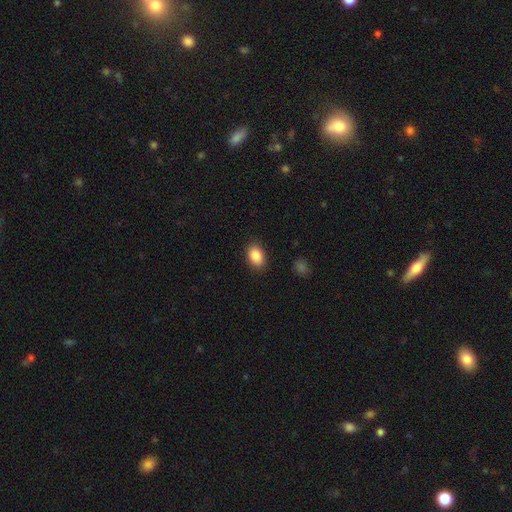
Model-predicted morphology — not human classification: Smooth or featured?
  - smooth: 88% *
  - star or artifact: 8%
  - featured or disk: 4%
How rounded?
  - in between: 86% *
  - round: 12%
  - cigar-shaped: 1%
Merging?
  - none: 88% *
  - minor disturbance: 9%
  - major disturbance: 2%
  - merger: 1%